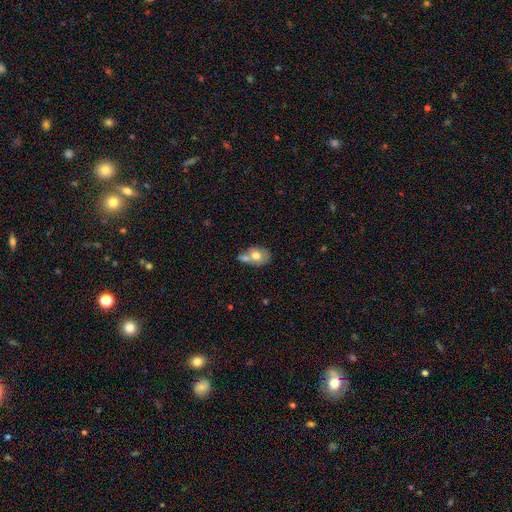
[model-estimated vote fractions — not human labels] A smooth galaxy with no disk features (69%) that is in between round and cigar-shaped (62%). Merging: merger (48%).